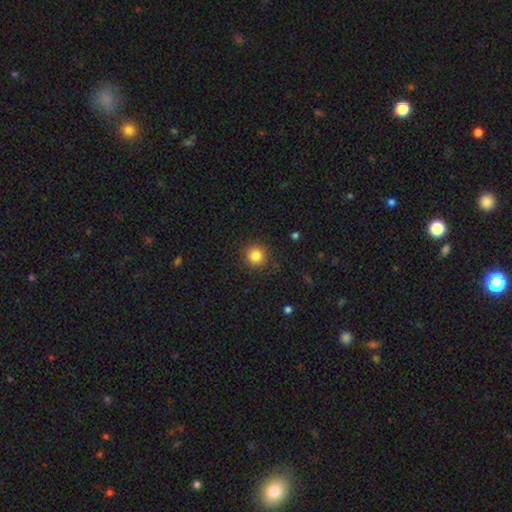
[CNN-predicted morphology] Smooth or featured? Predicted: smooth (p=0.84). How rounded? Predicted: round (p=0.93). Merging? Predicted: none (p=0.90).